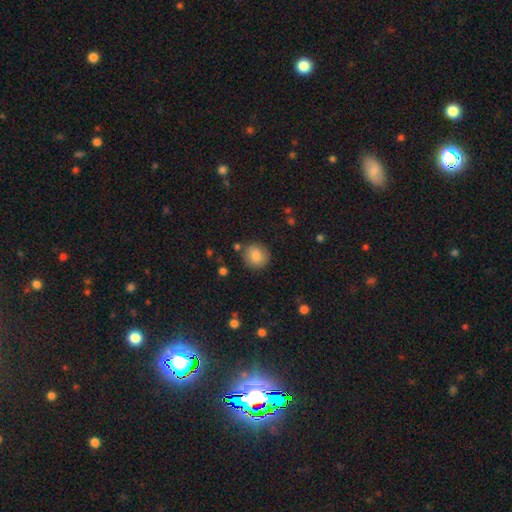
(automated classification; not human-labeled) This appears to be a smooth galaxy with no disk features (84%) that is round (86%). Merging: none (84%).